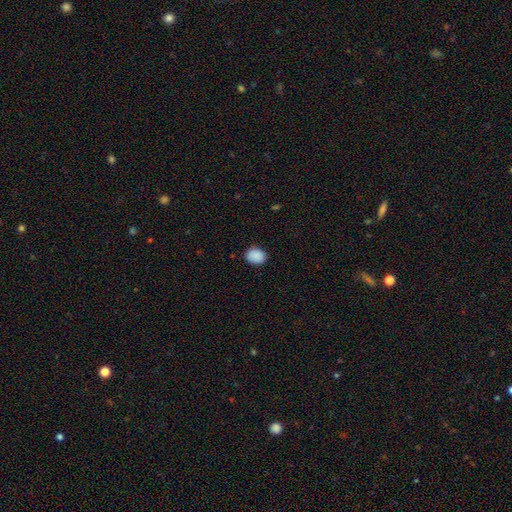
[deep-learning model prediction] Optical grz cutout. It shows a smooth galaxy with no disk features (90%) that is in between round and cigar-shaped (57%). Merging: none (86%).